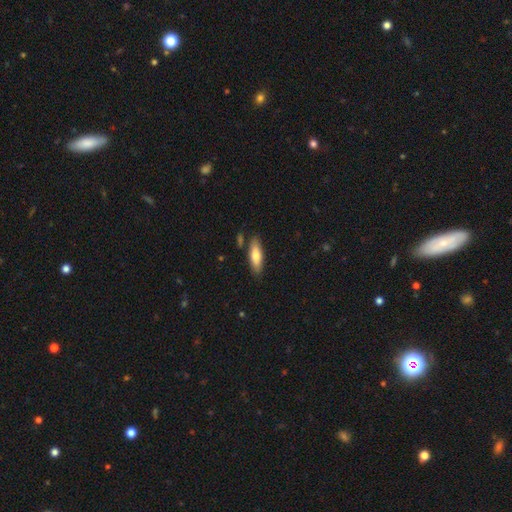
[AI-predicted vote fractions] Smooth or featured?
  - smooth: 72% *
  - featured or disk: 23%
  - star or artifact: 6%
How rounded?
  - in between: 50% *
  - cigar-shaped: 48%
  - round: 2%
Merging?
  - none: 82% *
  - minor disturbance: 12%
  - merger: 4%
  - major disturbance: 2%